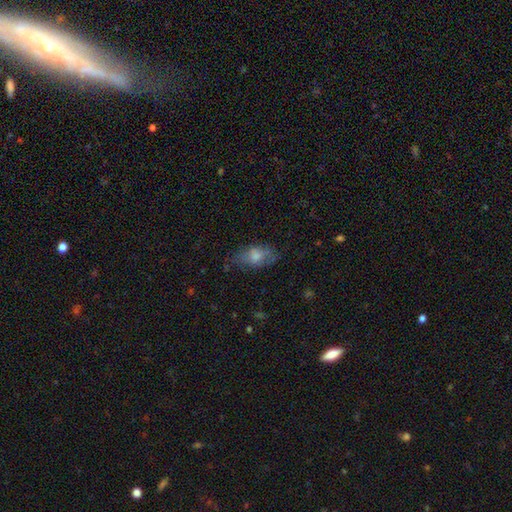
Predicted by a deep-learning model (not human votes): The model was most divided on "merging": none: 62%, minor disturbance: 25%, major disturbance: 11%, merger: 2%. More confident: how rounded — in between (87%); smooth or featured — smooth (69%).